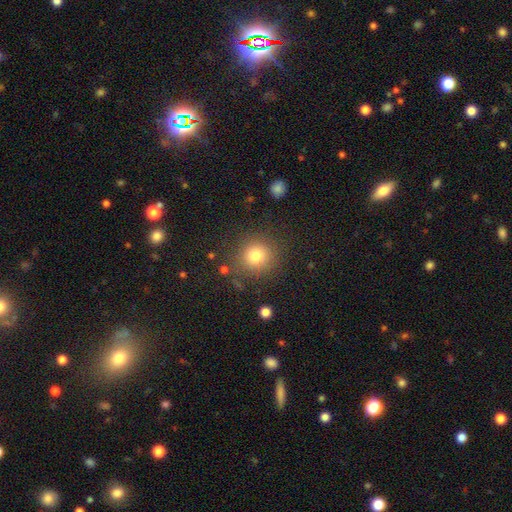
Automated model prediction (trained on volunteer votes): Smooth or featured? Predicted: smooth (p=0.78). How rounded? Predicted: round (p=0.90). Merging? Predicted: none (p=0.83).